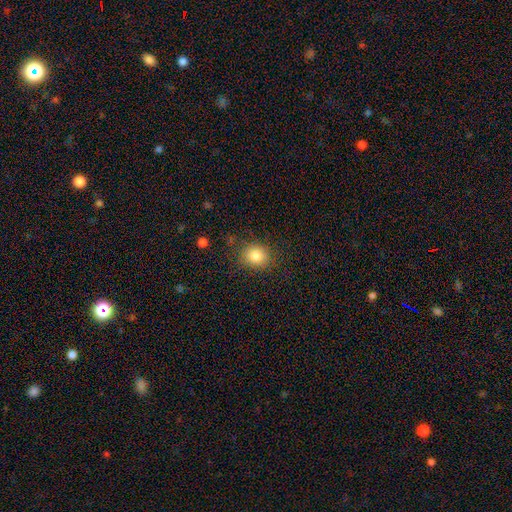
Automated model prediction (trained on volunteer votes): A smooth galaxy with no disk features (84%) that is round (64%). Merging: none (81%).